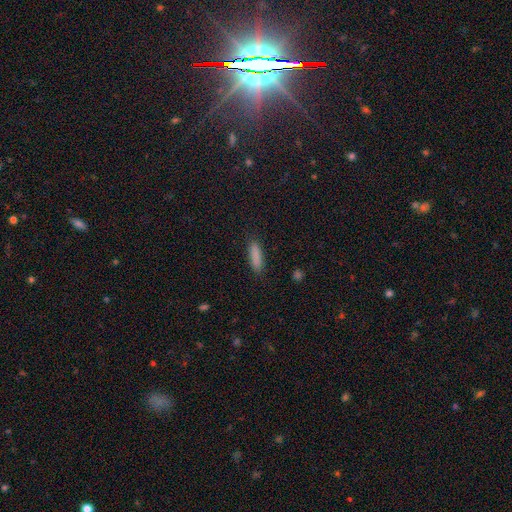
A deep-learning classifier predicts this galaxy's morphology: smooth-or-featured: smooth: 88% | star or artifact: 7% | featured or disk: 5%
  how-rounded: cigar-shaped: 67% | in between: 32% | round: 2%
  merging: none: 88% | minor disturbance: 9% | major disturbance: 2% | merger: 1%